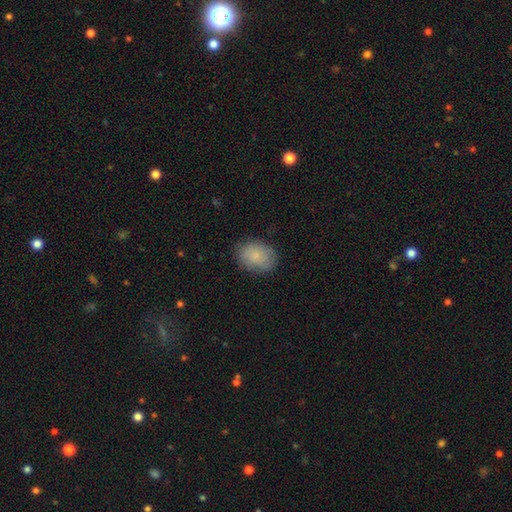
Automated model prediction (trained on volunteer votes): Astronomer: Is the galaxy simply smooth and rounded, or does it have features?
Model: smooth — 83%.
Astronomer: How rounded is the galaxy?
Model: in between — 67%.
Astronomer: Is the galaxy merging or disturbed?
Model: none — 81%.